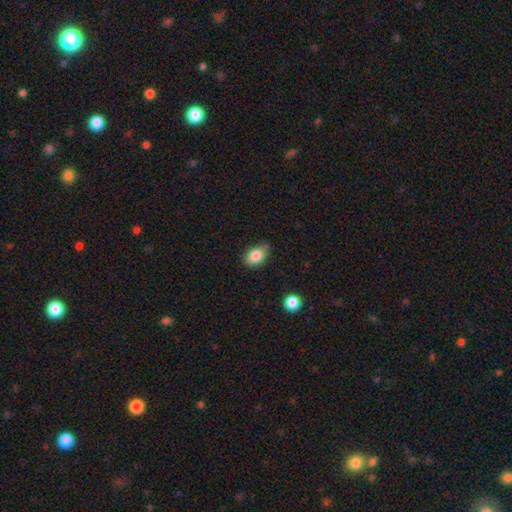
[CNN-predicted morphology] This is clearly a smooth galaxy (84%). How rounded: clearly in between (84%). Merging: likely none (71%).